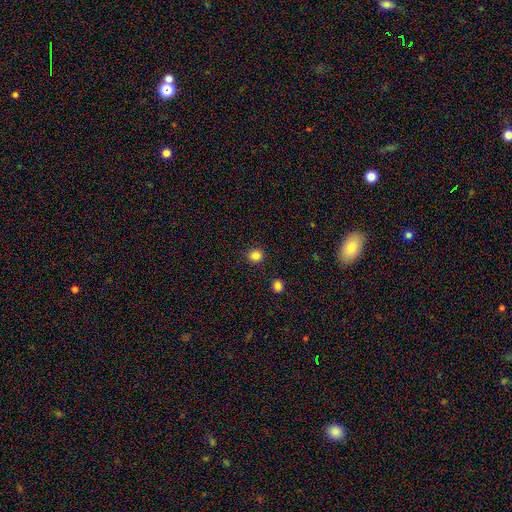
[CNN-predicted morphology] Smooth or featured? Predicted: smooth (p=0.84). How rounded? Predicted: round (p=0.88). Merging? Predicted: none (p=0.88).